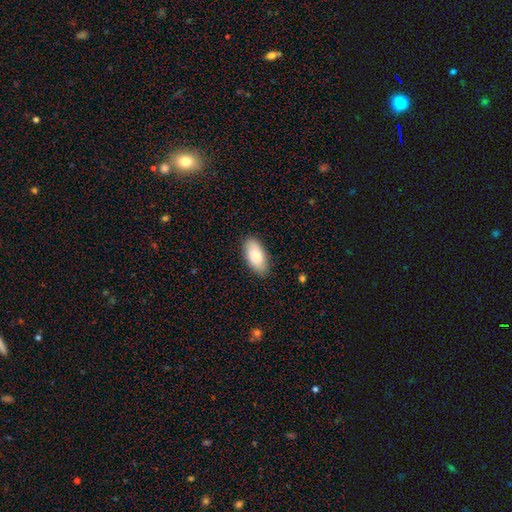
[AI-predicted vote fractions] Smooth or featured? Predicted: smooth (p=0.82). How rounded? Predicted: in between (p=0.93). Merging? Predicted: none (p=0.86).